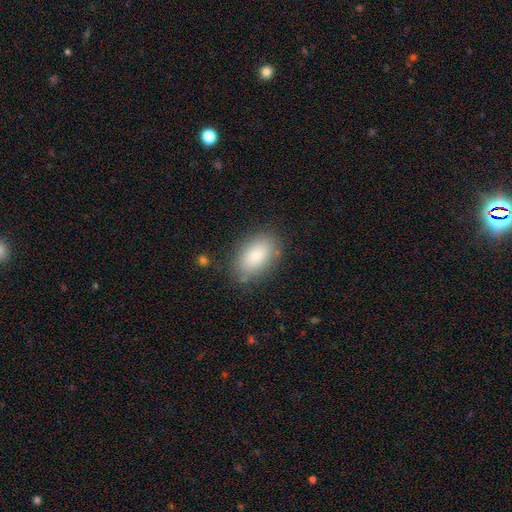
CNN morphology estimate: Q: Smooth or featured?
A: smooth (86%); runner-up: featured or disk (7%)
Q: How rounded?
A: in between (92%); runner-up: round (6%)
Q: Merging?
A: none (81%); runner-up: minor disturbance (13%)